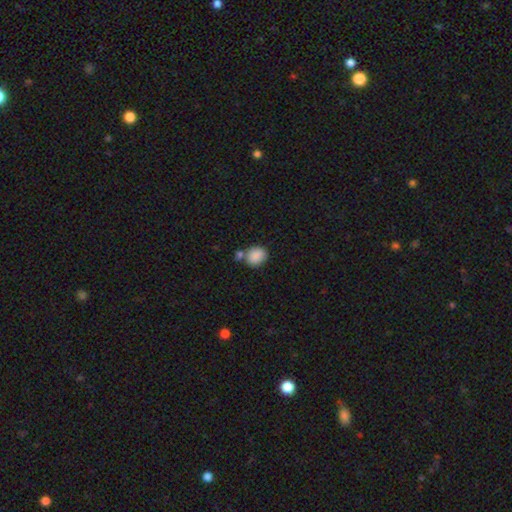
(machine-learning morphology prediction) type=smooth (88%); roundness=round (57%); merging=none (58%).